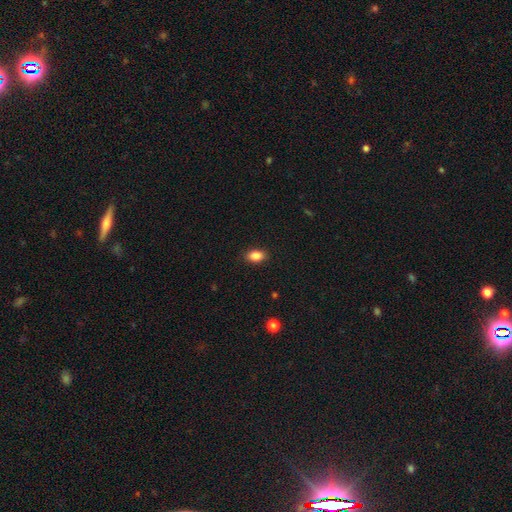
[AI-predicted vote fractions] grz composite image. It shows a smooth galaxy with no disk features (87%) that is in between round and cigar-shaped (87%). Merging: none (88%).